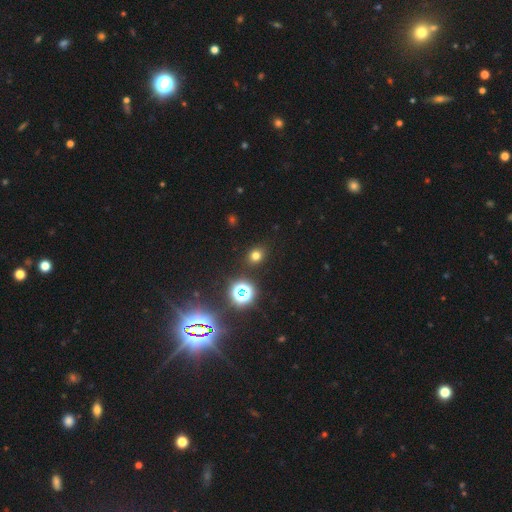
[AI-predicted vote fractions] A smooth galaxy with no disk features (71%) that is round (69%). Merging: none (89%).